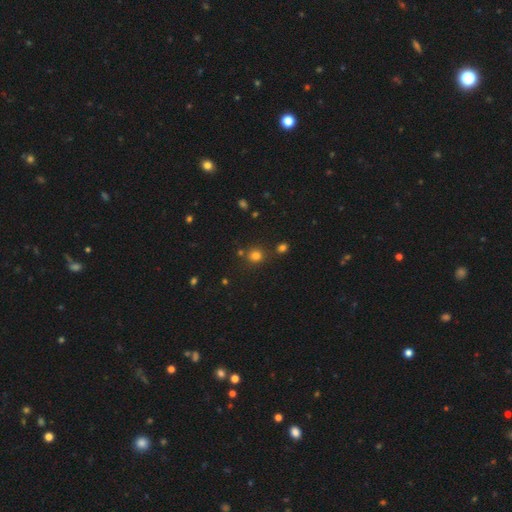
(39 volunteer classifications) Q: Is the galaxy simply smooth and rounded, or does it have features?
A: smooth — 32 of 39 (82%).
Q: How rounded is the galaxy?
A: round — 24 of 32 (75%).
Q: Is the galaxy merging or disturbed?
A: none — 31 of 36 (86%).